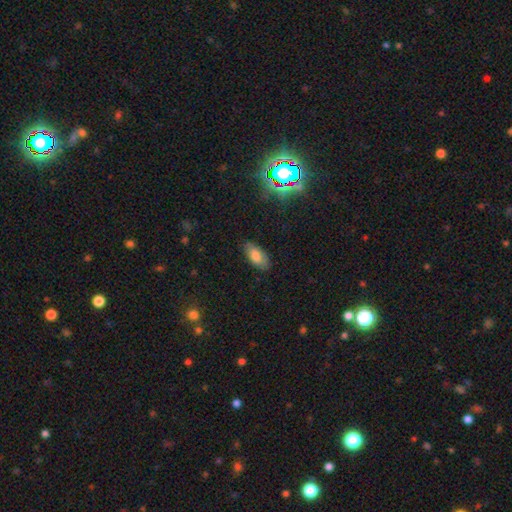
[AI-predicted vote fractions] Smooth or featured? smooth (76%)
How rounded? in between (91%)
Merging? none (80%)